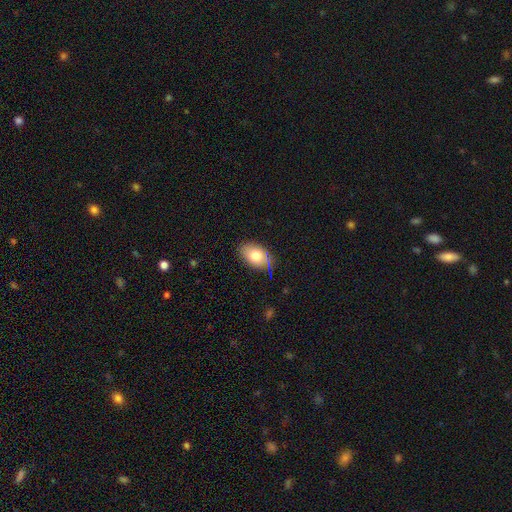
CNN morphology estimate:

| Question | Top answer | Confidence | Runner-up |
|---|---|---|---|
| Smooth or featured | smooth | 76% | featured or disk (15%) |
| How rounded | in between | 85% | round (14%) |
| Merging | none | 77% | minor disturbance (17%) |